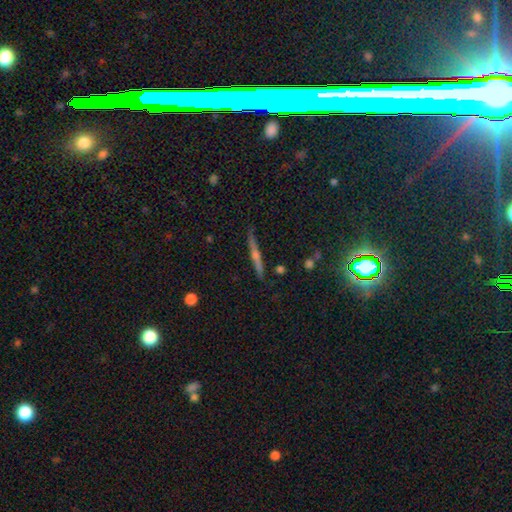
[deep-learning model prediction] Morphology: type=featured or disk (67%); edge-on=yes (97%); edge-on bulge=rounded (79%); merging=none (88%).